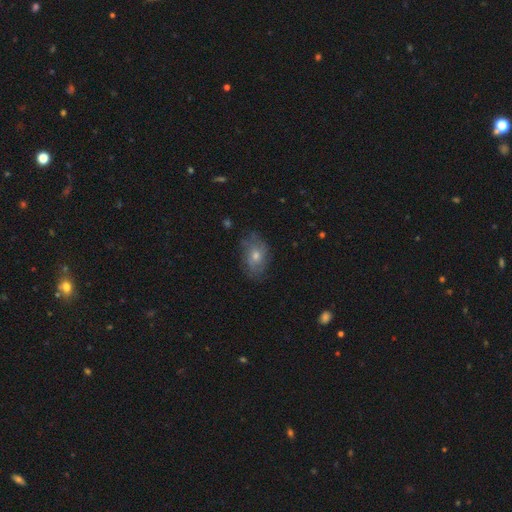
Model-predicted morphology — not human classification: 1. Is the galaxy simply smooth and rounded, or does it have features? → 50% featured or disk, 39% smooth, 10% star or artifact.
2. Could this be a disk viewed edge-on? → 94% no, 6% yes.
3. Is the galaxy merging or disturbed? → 69% none, 21% minor disturbance, 8% major disturbance, 1% merger.